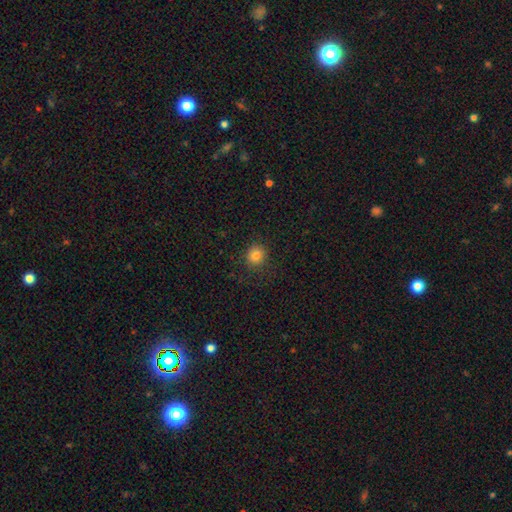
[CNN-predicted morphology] Smooth or featured? Predicted: smooth (p=0.81). How rounded? Predicted: round (p=0.88). Merging? Predicted: none (p=0.87).